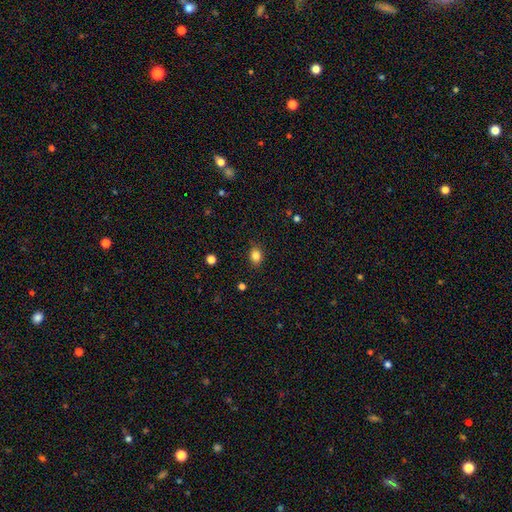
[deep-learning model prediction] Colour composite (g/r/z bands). It shows a smooth galaxy with no disk features (84%) that is in between round and cigar-shaped (59%). Merging: none (85%).